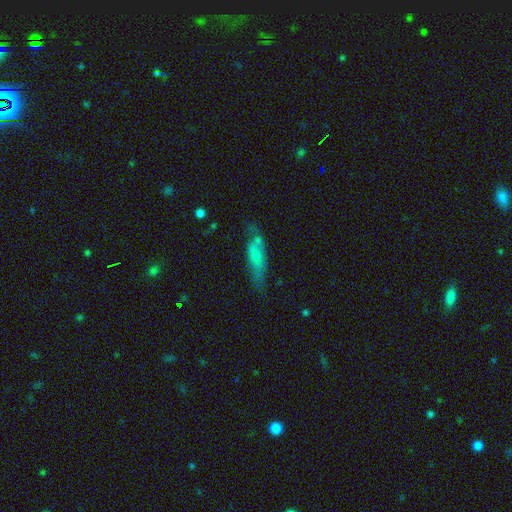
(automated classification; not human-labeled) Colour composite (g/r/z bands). It shows a smooth galaxy with no disk features (61%) that is in between round and cigar-shaped (49%). Merging: none (46%).